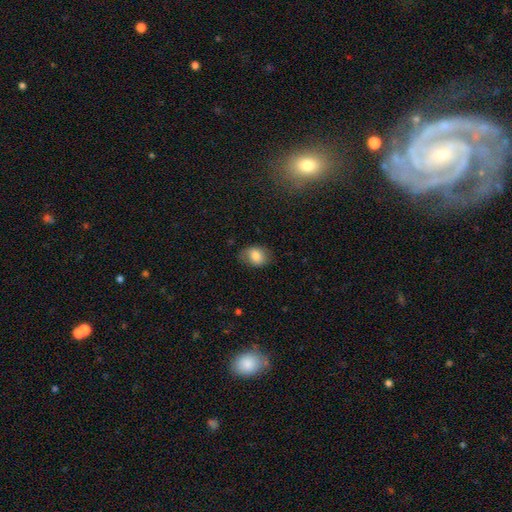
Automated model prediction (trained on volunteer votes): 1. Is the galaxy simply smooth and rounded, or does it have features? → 78% smooth, 14% featured or disk, 8% star or artifact.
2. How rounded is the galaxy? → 68% in between, 30% round, 1% cigar-shaped.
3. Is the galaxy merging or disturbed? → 72% none, 21% minor disturbance, 6% major disturbance, 1% merger.